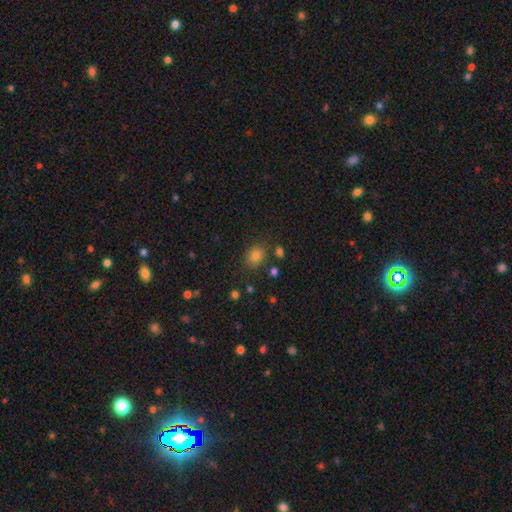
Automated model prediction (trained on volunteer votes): Morphology: type=smooth (77%); roundness=round (60%); merging=none (82%).